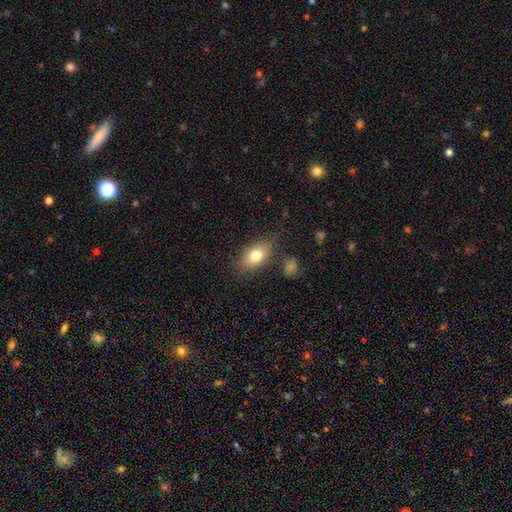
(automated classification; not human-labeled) Smooth or featured? smooth (77%)
How rounded? in between (86%)
Merging? none (77%)